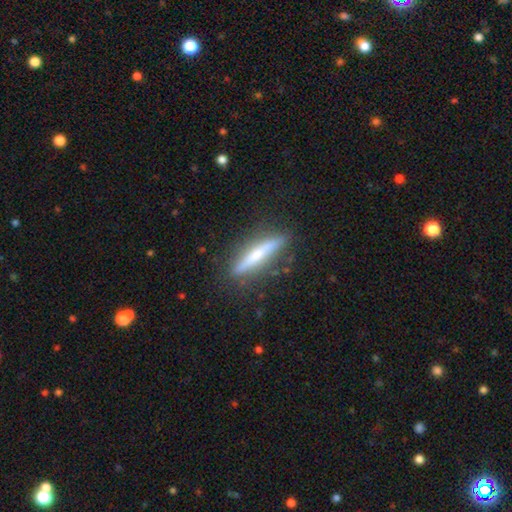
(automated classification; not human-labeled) Smooth or featured? featured or disk (56%)
Edge-on disk? yes (94%)
Edge-on bulge? rounded (61%)
Merging? none (87%)